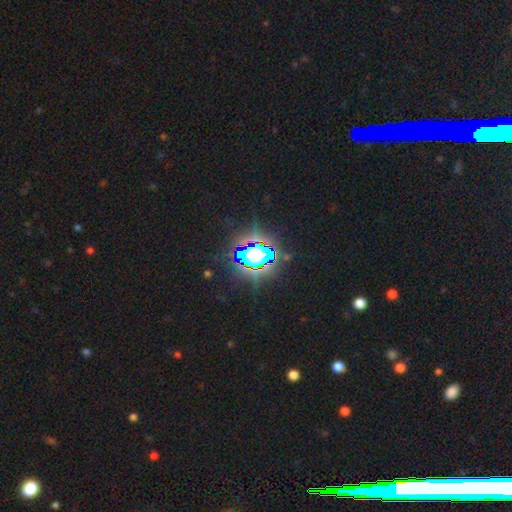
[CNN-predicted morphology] Overall: star or artifact (81%).